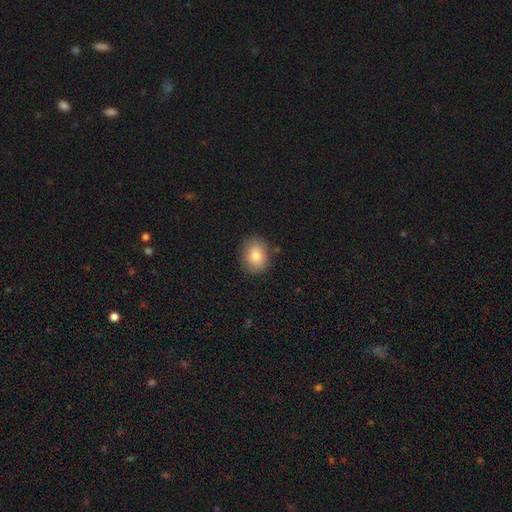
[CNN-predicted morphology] This is clearly a smooth galaxy (82%). How rounded: possibly round (51%). Merging: clearly none (82%).